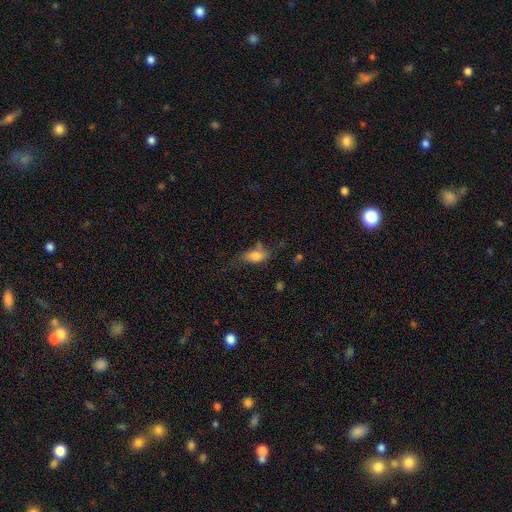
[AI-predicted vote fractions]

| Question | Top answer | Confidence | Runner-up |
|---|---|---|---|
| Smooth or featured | smooth | 74% | featured or disk (17%) |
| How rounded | in between | 84% | cigar-shaped (10%) |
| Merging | none | 41% | minor disturbance (30%) |